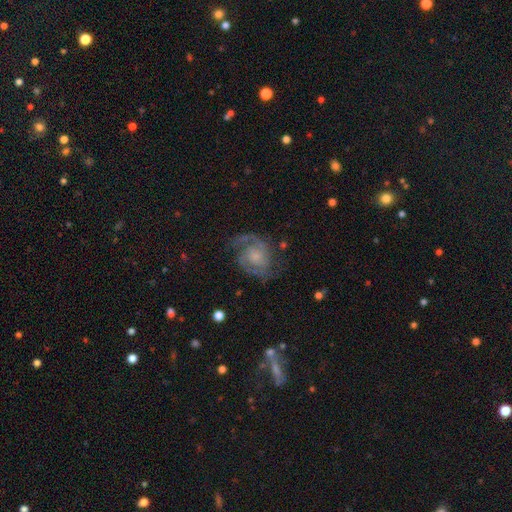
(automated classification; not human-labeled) featured or disk 84%, smooth 10%, star or artifact 6%. Down the decision tree: edge-on disk — no (98%); bar — no (66%); spiral arms — yes (95%); spiral arm count — 2 (79%); spiral winding — medium (53%); bulge size — small (46%); merging — none (66%).